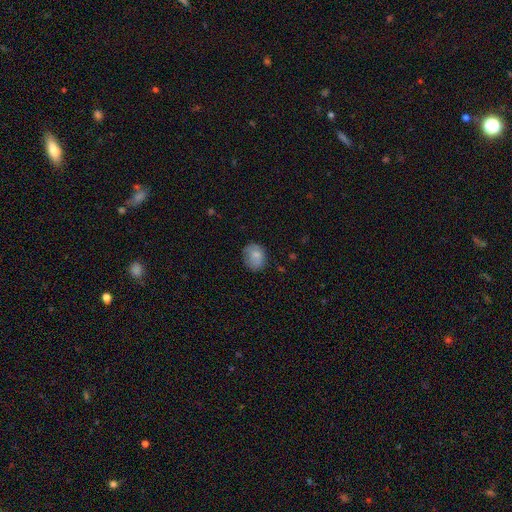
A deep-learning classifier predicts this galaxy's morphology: Smooth or featured? Predicted: smooth (p=0.75). How rounded? Predicted: round (p=0.56). Merging? Predicted: none (p=0.65).